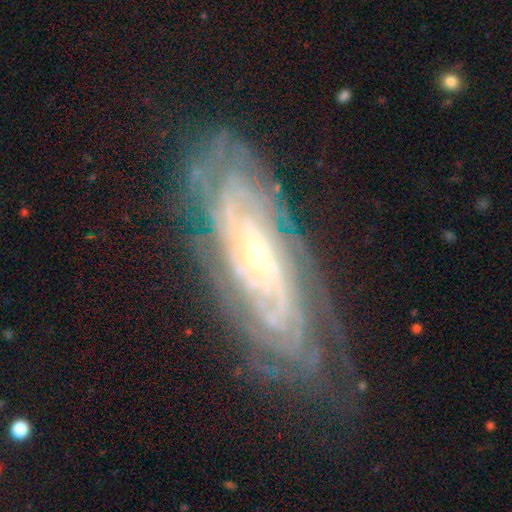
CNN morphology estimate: Smooth or featured? featured or disk (87%)
Edge-on disk? no (88%)
Bar? no (71%)
Spiral arms? yes (97%)
Spiral winding? tight (82%)
Spiral arm count? can't tell (37%)
Bulge size? small (76%)
Merging? none (78%)